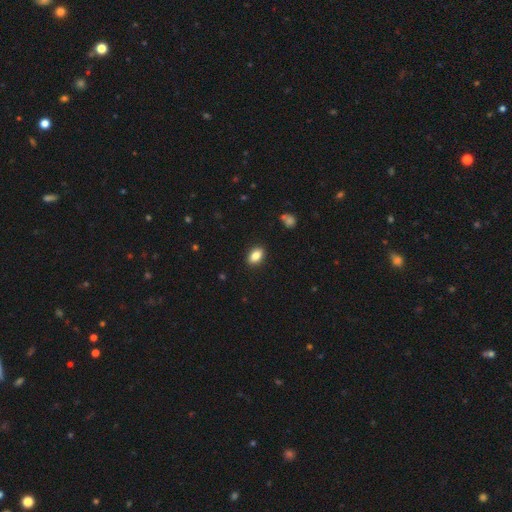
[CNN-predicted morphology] This appears to be a smooth galaxy with no disk features (84%) that is in between round and cigar-shaped (86%). Merging: none (90%).